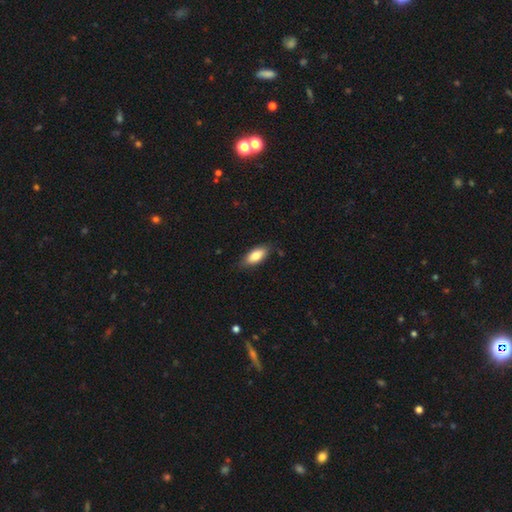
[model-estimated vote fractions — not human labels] smooth-or-featured: smooth: 83% | featured or disk: 11% | star or artifact: 6%
  how-rounded: in between: 84% | cigar-shaped: 14% | round: 2%
  merging: none: 81% | minor disturbance: 15% | major disturbance: 3% | merger: 1%